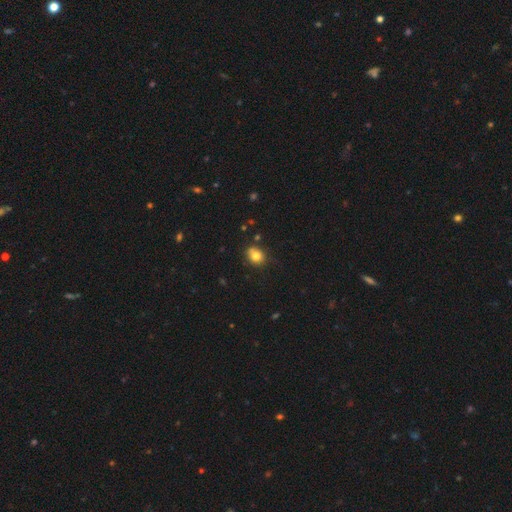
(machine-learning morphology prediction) smooth-or-featured: smooth: 81% | star or artifact: 11% | featured or disk: 8%
  how-rounded: round: 62% | in between: 37% | cigar-shaped: 1%
  merging: none: 68% | minor disturbance: 21% | merger: 7% | major disturbance: 5%